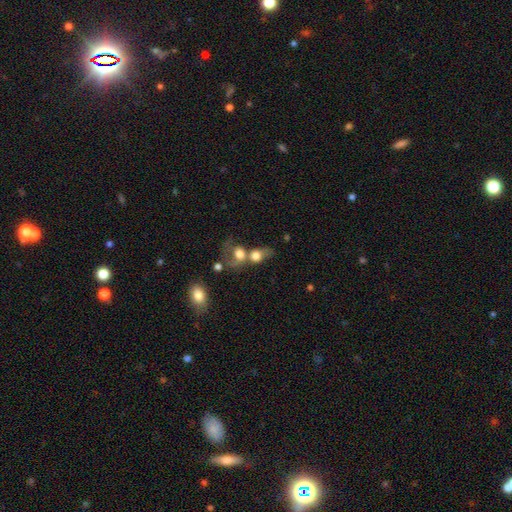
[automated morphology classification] This appears to be a smooth galaxy with no disk features (62%) that is in between round and cigar-shaped (51%). Merging: merger (70%).